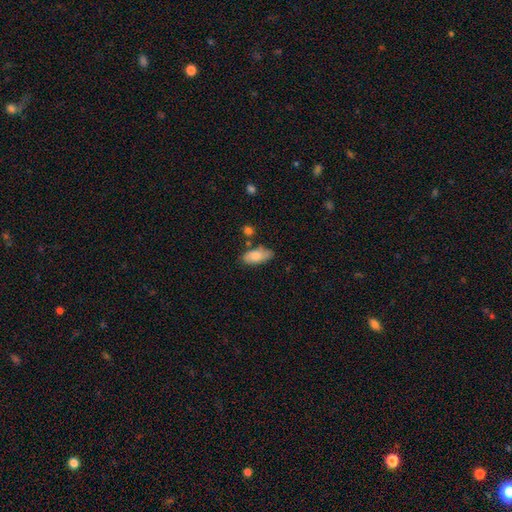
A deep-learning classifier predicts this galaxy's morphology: The model was most divided on "merging": none: 70%, minor disturbance: 20%, merger: 6%, major disturbance: 4%. More confident: how rounded — in between (87%); smooth or featured — smooth (81%).